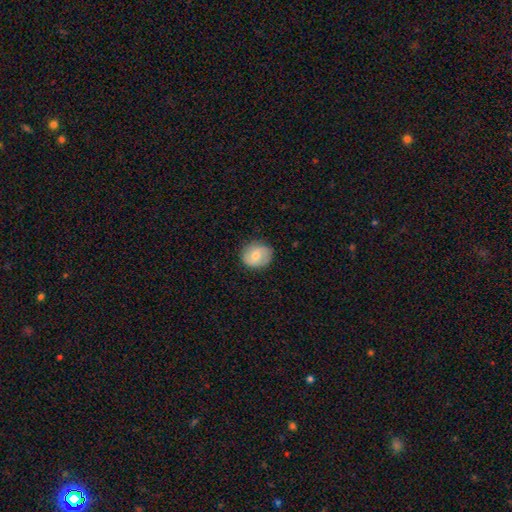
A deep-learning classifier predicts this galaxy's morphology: The model was most divided on "smooth or featured": smooth: 71%, featured or disk: 22%, star or artifact: 7%. More confident: merging — none (85%); how rounded — round (82%).